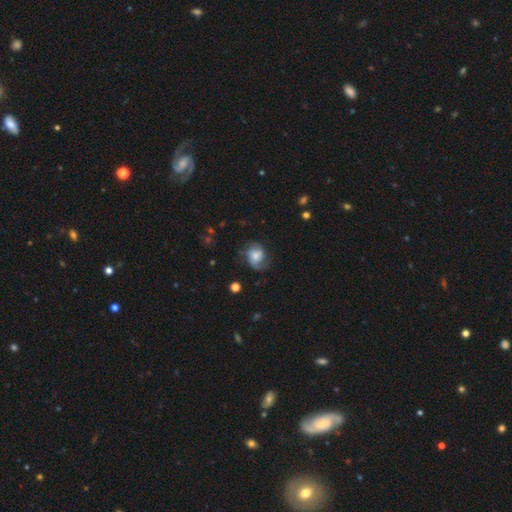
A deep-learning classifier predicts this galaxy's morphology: featured or disk 47%, smooth 44%, star or artifact 9%. Down the decision tree: merging — none (58%).